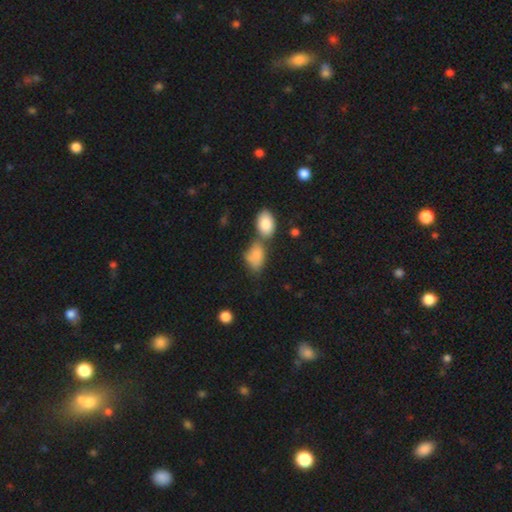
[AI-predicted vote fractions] A smooth galaxy with no disk features (82%) that is in between round and cigar-shaped (88%). Merging: merger (44%).